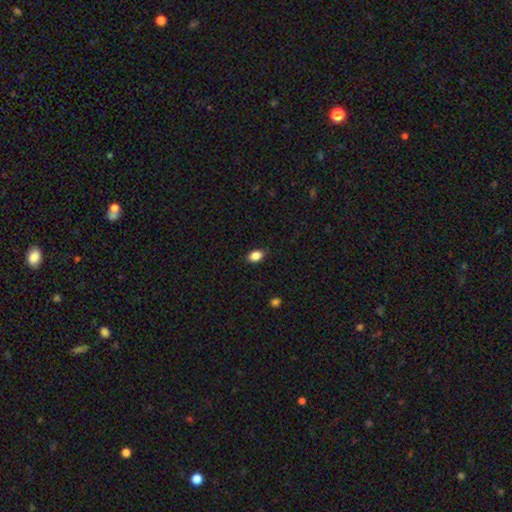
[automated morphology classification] smooth 87%, star or artifact 9%, featured or disk 4%. Down the decision tree: how rounded — in between (82%); merging — none (86%).